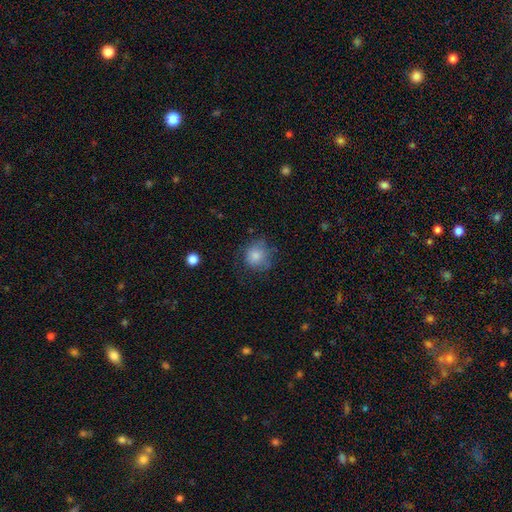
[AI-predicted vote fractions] A smooth galaxy with no disk features (78%) that is round (85%). Merging: none (60%).